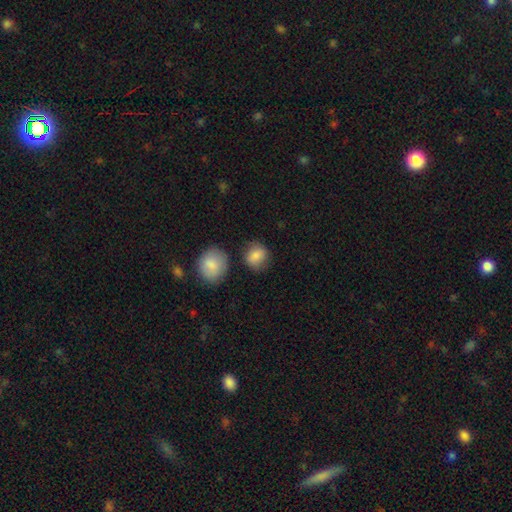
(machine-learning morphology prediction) type=smooth (85%); roundness=round (70%); merging=none (72%).